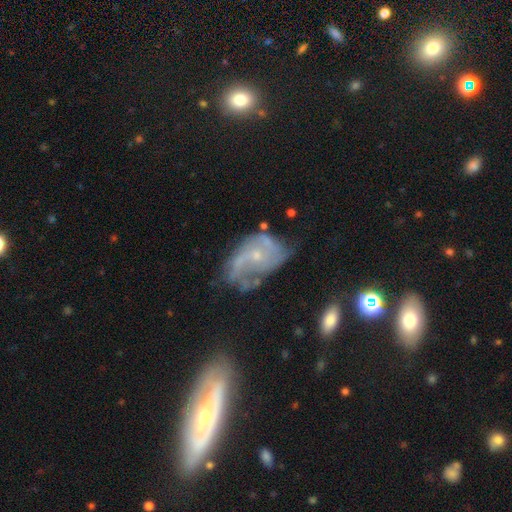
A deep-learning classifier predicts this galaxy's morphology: The model was most divided on "spiral winding": medium: 41%, loose: 34%, tight: 25%. Remaining: edge-on disk — no (97%); spiral arms — yes (80%); smooth or featured — featured or disk (75%); bulge size — small (73%); bar — no (72%); merging — none (40%); spiral arm count — 2 (39%).